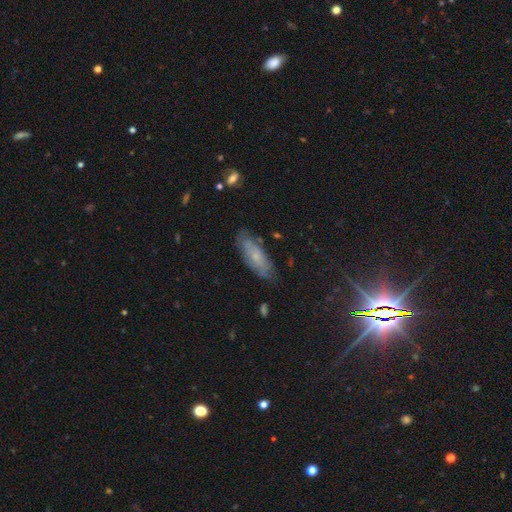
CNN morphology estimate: smooth-or-featured: smooth: 47% | featured or disk: 43% | star or artifact: 10%
  merging: none: 73% | minor disturbance: 20% | major disturbance: 5% | merger: 2%